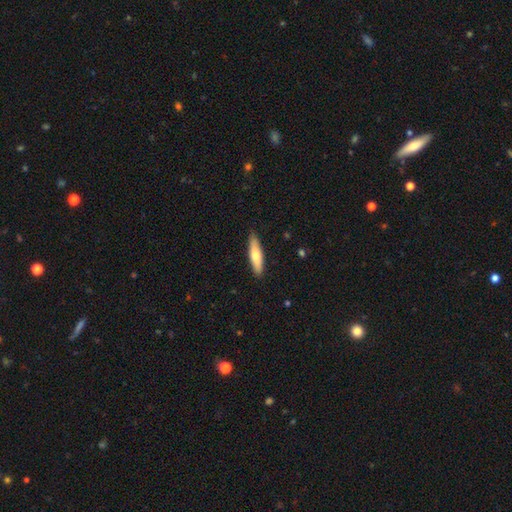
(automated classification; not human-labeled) Smooth or featured? Predicted: smooth (p=0.69). How rounded? Predicted: cigar-shaped (p=0.76). Merging? Predicted: none (p=0.87).